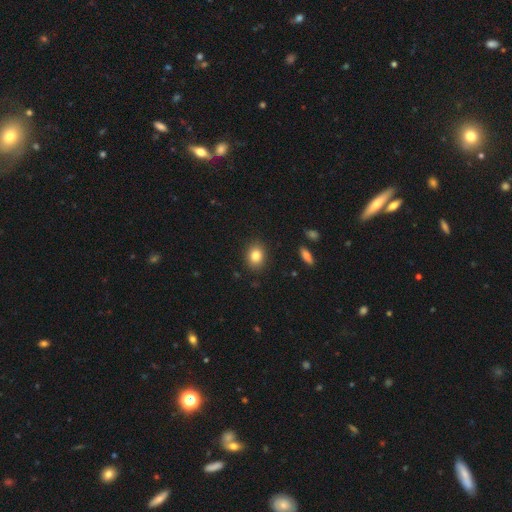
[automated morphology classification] A smooth galaxy with no disk features (83%) that is in between round and cigar-shaped (55%). Merging: none (88%).